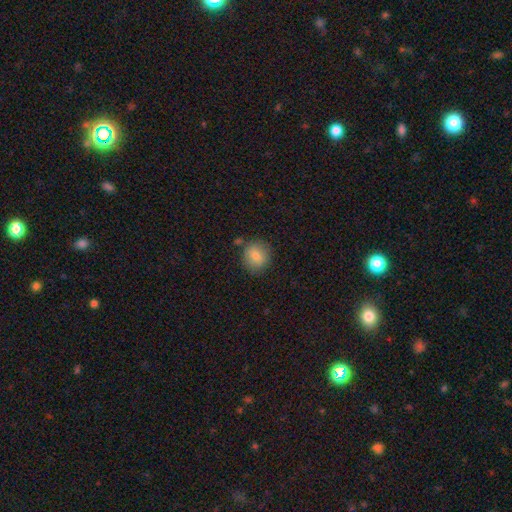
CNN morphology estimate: Smooth or featured? Predicted: smooth (p=0.82). How rounded? Predicted: round (p=0.85). Merging? Predicted: none (p=0.81).